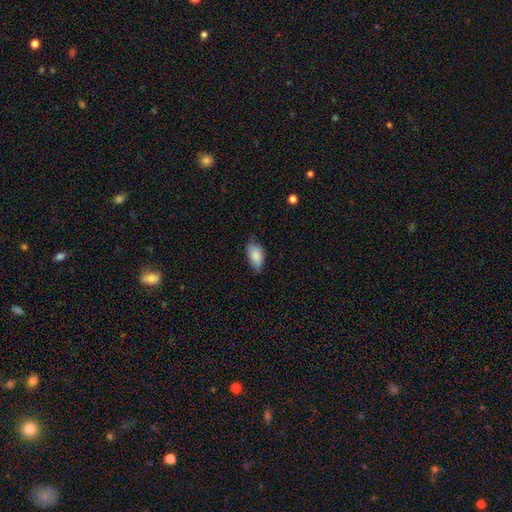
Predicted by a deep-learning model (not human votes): smooth 85%, featured or disk 8%, star or artifact 7%. Down the decision tree: how rounded — in between (93%); merging — none (63%).